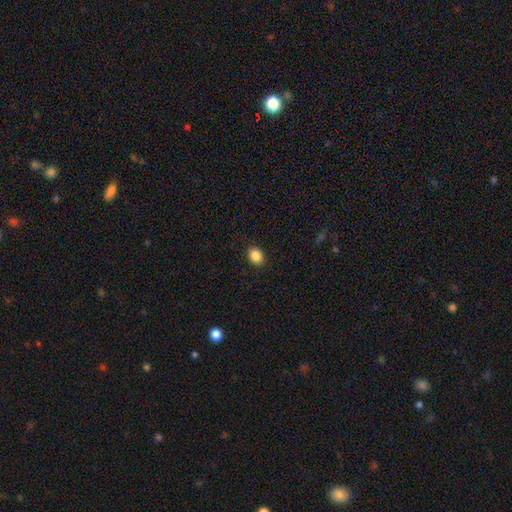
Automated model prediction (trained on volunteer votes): A smooth galaxy with no disk features (87%) that is in between round and cigar-shaped (61%). Merging: none (90%).